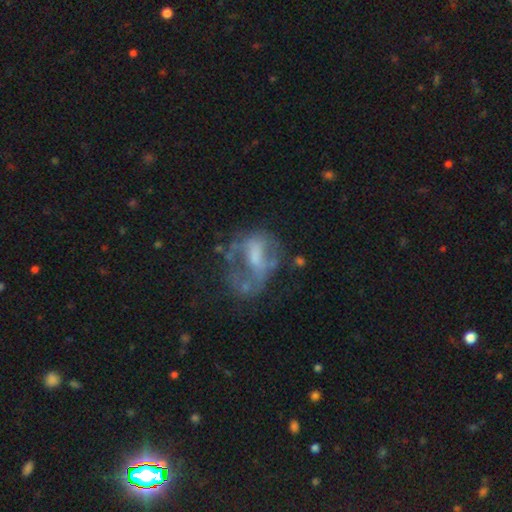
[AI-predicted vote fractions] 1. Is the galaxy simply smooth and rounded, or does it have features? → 61% featured or disk, 28% smooth, 12% star or artifact.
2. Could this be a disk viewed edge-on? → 96% no, 4% yes.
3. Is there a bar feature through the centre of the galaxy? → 50% no, 35% weak, 15% strong.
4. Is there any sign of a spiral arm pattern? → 69% no, 31% yes.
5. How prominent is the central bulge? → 34% moderate, 30% none, 28% small, 7% large, 1% dominant.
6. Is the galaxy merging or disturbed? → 36% none, 34% major disturbance, 21% minor disturbance, 10% merger.